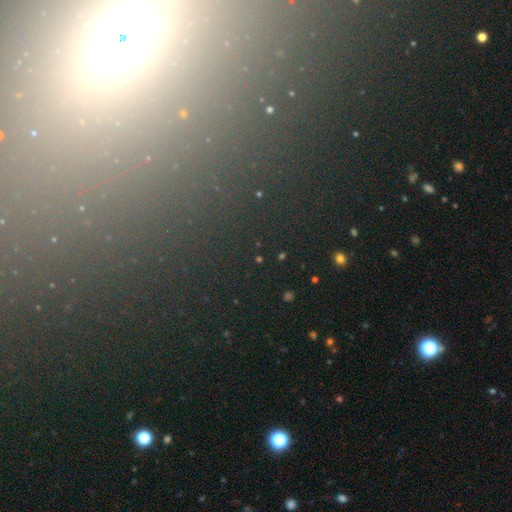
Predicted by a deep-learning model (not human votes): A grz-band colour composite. It shows a star or artifact, not a galaxy (66%).